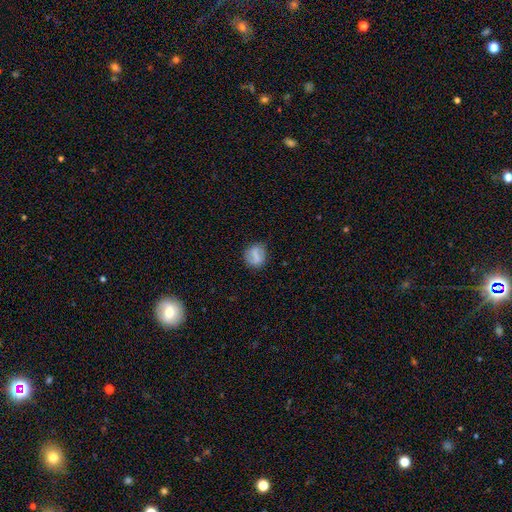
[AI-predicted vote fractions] This appears to be a smooth galaxy with no disk features (61%) that is round (73%). Merging: none (79%).